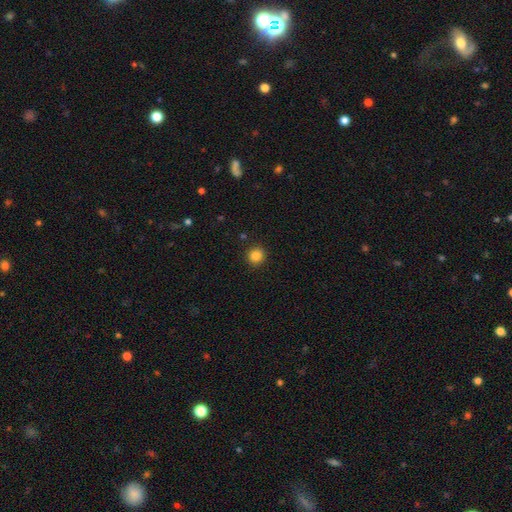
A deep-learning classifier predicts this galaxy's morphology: This appears to be a smooth galaxy with no disk features (85%) that is round (92%). Merging: none (92%).